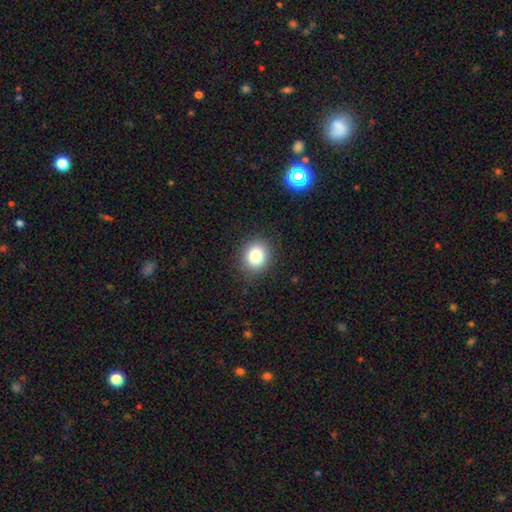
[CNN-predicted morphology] Q: Smooth or featured?
A: smooth (81%); runner-up: star or artifact (11%)
Q: How rounded?
A: round (71%); runner-up: in between (29%)
Q: Merging?
A: none (88%); runner-up: minor disturbance (8%)